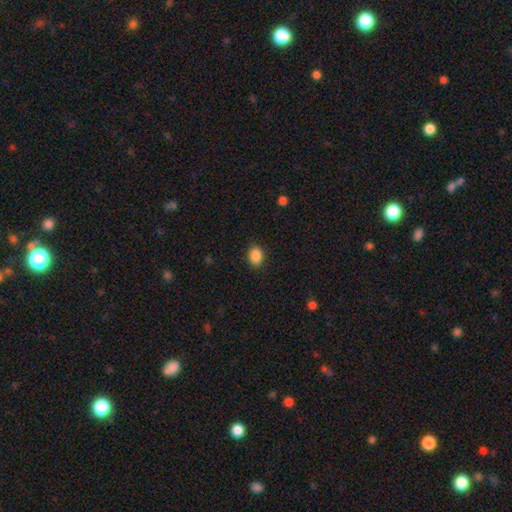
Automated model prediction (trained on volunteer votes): The model was most divided on "how rounded": in between: 68%, round: 31%, cigar-shaped: 1%. More confident: merging — none (88%); smooth or featured — smooth (88%).